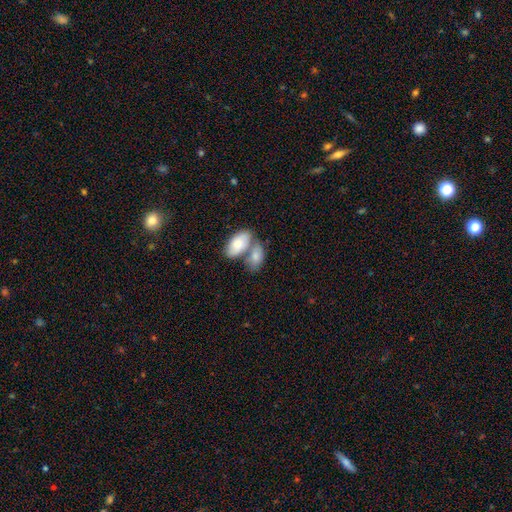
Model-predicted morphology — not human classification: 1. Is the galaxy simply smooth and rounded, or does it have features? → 77% smooth, 17% featured or disk, 5% star or artifact.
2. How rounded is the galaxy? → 92% in between, 5% round, 3% cigar-shaped.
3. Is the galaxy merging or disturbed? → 61% merger, 26% none, 9% minor disturbance, 4% major disturbance.